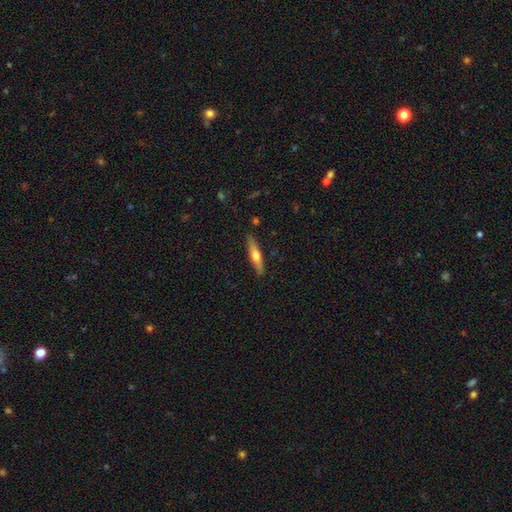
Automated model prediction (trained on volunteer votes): A featured or disk galaxy (54%) viewed edge-on (95%) with a rounded central bulge (92%).

Vote fractions:
- Smooth or featured? featured or disk: 54% / smooth: 41% / star or artifact: 6%
- Edge-on disk? yes: 95% / no: 5%
- Edge-on bulge? rounded: 92% / none: 5% / boxy: 3%
- Merging? none: 88% / minor disturbance: 8% / major disturbance: 2% / merger: 2%